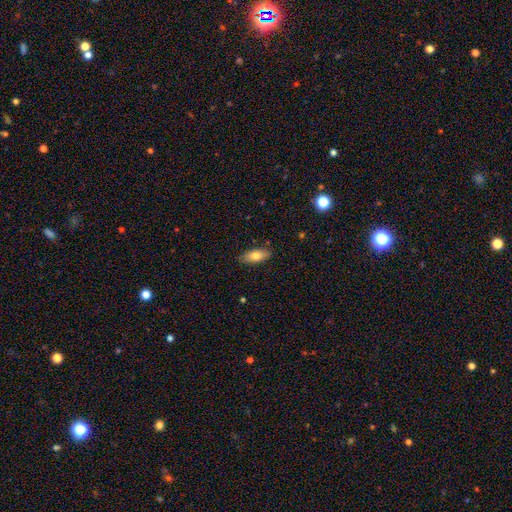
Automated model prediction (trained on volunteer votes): This is likely a smooth galaxy (76%). How rounded: clearly in between (81%). Merging: clearly none (86%).